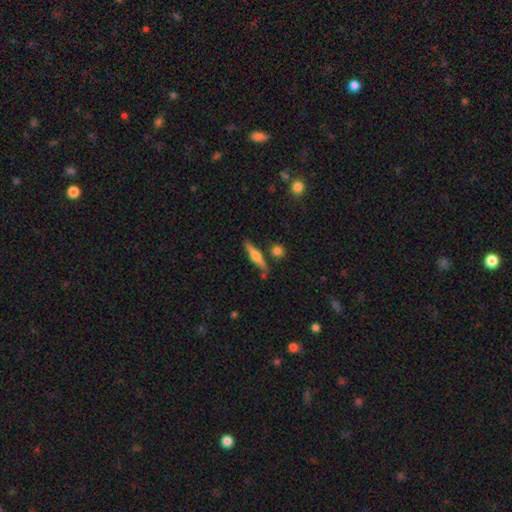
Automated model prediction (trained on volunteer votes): Morphology: type=featured or disk (59%); edge-on=yes (96%); edge-on bulge=rounded (88%); merging=none (80%).